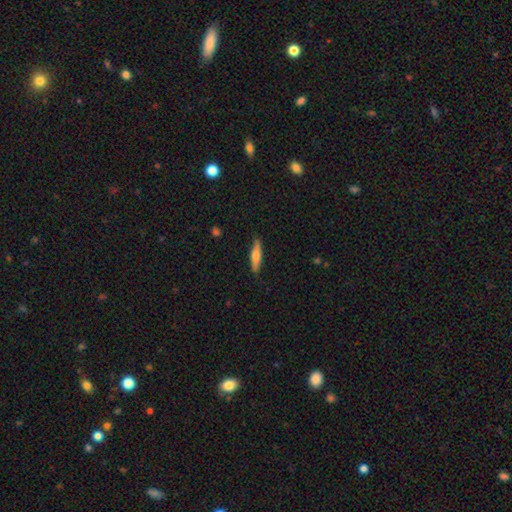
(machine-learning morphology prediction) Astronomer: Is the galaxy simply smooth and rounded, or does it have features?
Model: smooth — 57% (runner-up: featured or disk, 38%).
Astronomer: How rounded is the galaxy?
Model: cigar-shaped — 82%.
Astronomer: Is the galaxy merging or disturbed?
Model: none — 87%.